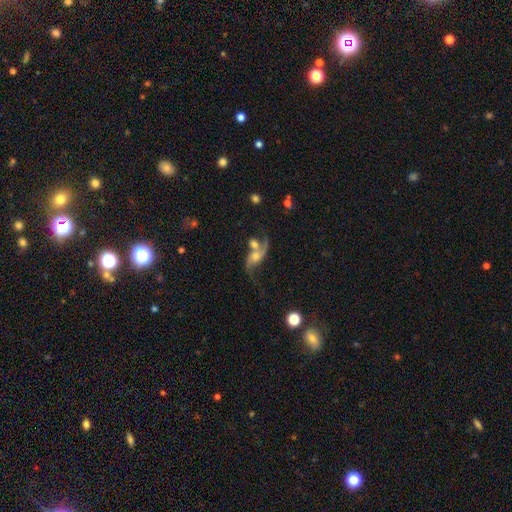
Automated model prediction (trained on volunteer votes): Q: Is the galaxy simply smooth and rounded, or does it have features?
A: featured or disk — 77%.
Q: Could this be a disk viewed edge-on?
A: no — 94%.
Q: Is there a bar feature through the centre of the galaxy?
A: no — 63%.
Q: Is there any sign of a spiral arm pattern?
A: yes — 91%.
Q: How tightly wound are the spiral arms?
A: loose — 83%.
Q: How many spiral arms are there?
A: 2 — 86%.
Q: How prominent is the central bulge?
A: moderate — 48%.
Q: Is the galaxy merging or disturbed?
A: merger — 43%.